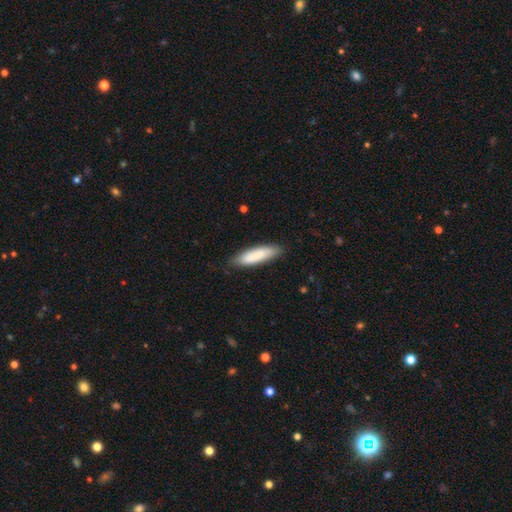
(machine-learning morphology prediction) Smooth or featured?
  - smooth: 85% *
  - featured or disk: 10%
  - star or artifact: 5%
How rounded?
  - cigar-shaped: 65% *
  - in between: 33%
  - round: 1%
Merging?
  - none: 83% *
  - minor disturbance: 13%
  - major disturbance: 2%
  - merger: 1%